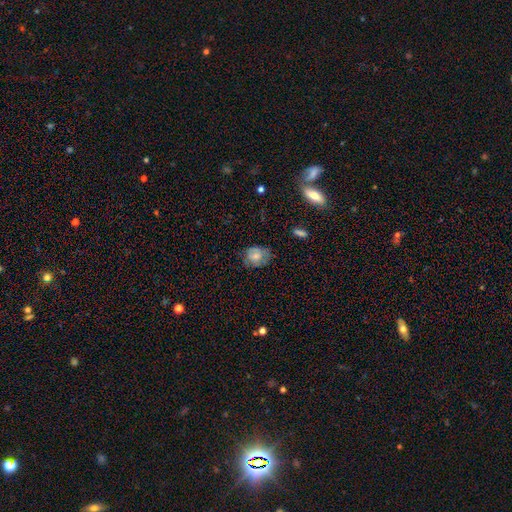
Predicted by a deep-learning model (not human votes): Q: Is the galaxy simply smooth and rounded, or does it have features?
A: smooth — 65%.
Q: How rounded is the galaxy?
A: round — 50%.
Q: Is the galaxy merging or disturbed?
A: none — 59%.